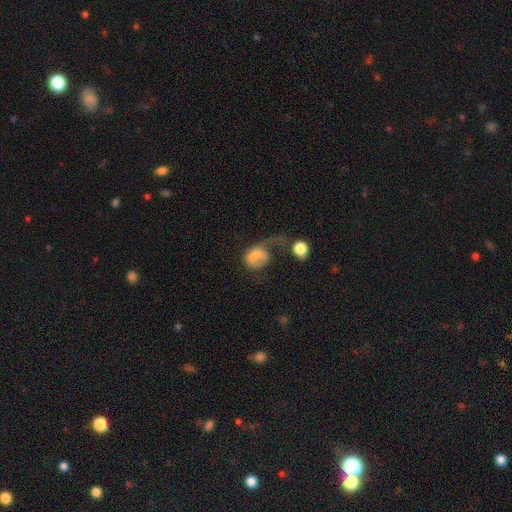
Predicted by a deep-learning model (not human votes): The model was most divided on "how rounded": in between: 59%, round: 40%, cigar-shaped: 1%. More confident: smooth or featured — smooth (59%); merging — major disturbance (56%).